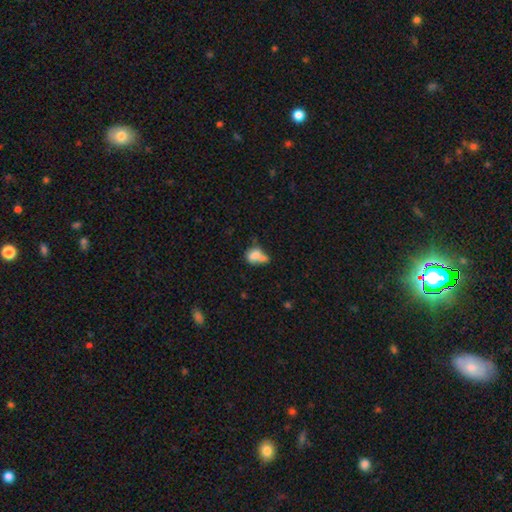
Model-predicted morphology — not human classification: Overall: smooth (71%). How rounded: in between (65%; round 32%). Merging: merger (48%; none 25%).